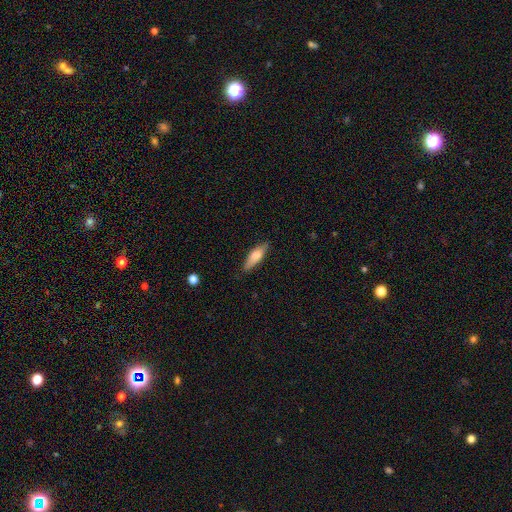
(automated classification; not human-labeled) This is likely a smooth galaxy (71%). How rounded: possibly in between (49%, tied with cigar-shaped). Merging: clearly none (81%).